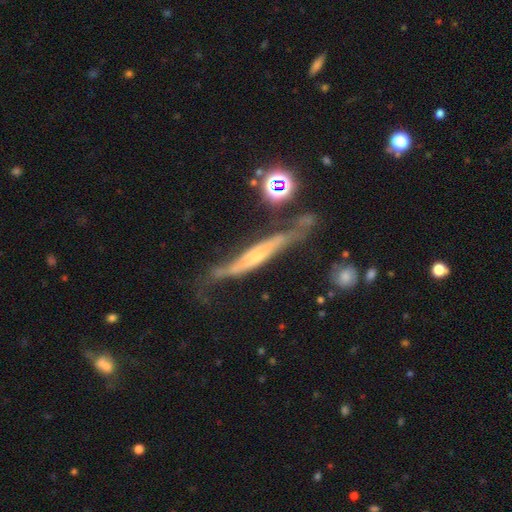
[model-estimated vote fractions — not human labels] smooth_or_featured: featured or disk (p=0.71) [alt: smooth p=0.19]
disk_edge_on: yes (p=0.72) [alt: no p=0.28]
edge_on_bulge: rounded (p=0.43) [alt: none p=0.40]
merging: none (p=0.42) [alt: minor disturbance p=0.29]